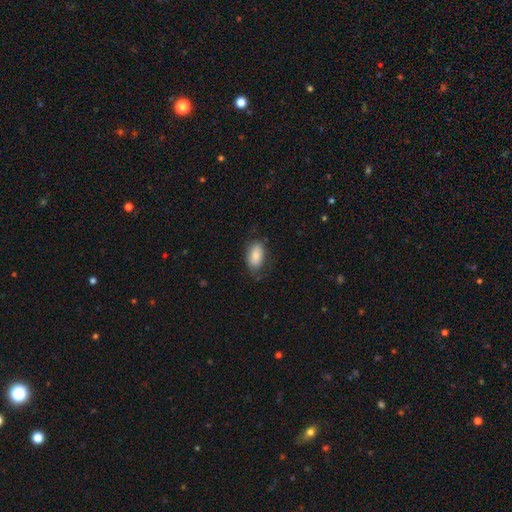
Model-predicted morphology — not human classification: Smooth or featured: smooth — 82% (featured or disk — 12%)
How rounded: in between — 92% (round — 5%)
Merging: none — 72% (minor disturbance — 21%)